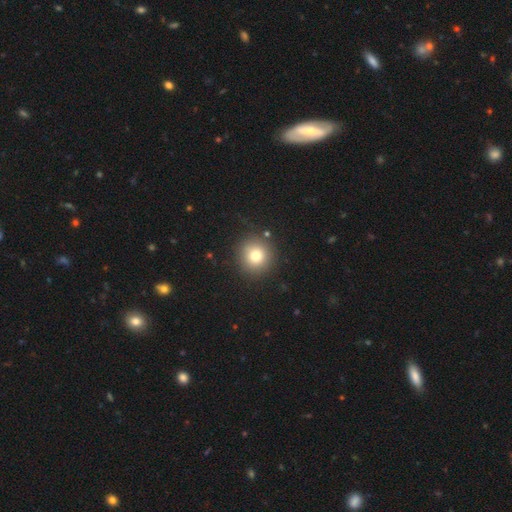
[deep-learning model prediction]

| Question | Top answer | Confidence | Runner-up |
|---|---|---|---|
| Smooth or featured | smooth | 77% | star or artifact (13%) |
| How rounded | round | 94% | in between (5%) |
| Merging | none | 88% | minor disturbance (7%) |